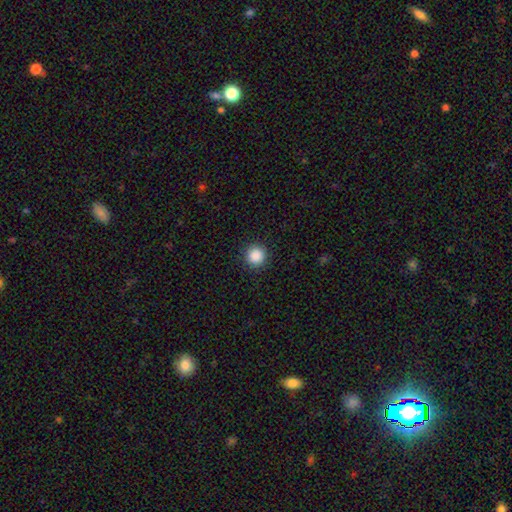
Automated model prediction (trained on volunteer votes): Morphology: type=smooth (88%); roundness=round (96%); merging=none (92%).